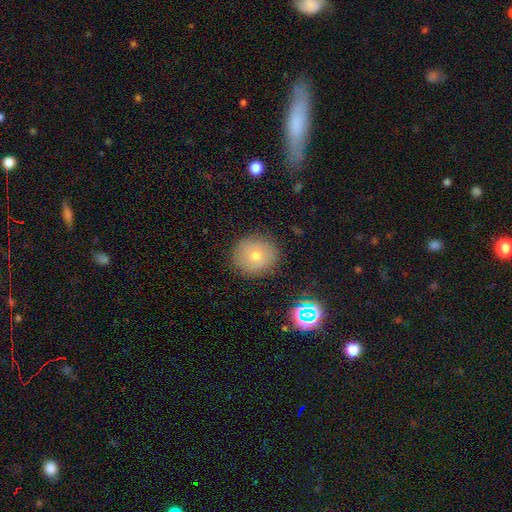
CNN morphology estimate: smooth_or_featured: smooth (p=0.67) [alt: featured or disk p=0.17]
how_rounded: round (p=0.89) [alt: in between p=0.10]
merging: none (p=0.88) [alt: minor disturbance p=0.08]